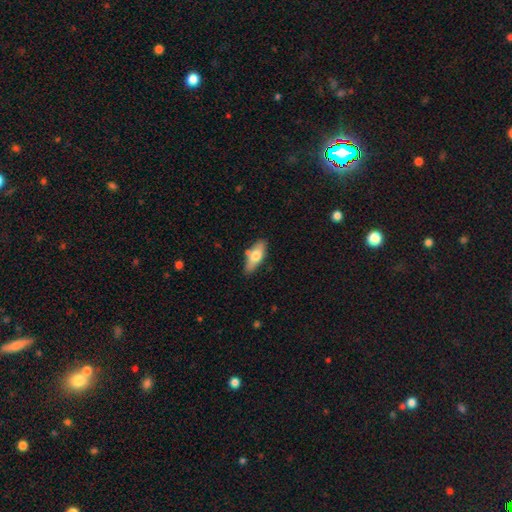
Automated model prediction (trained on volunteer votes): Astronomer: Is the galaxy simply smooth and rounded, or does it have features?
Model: smooth — 65%.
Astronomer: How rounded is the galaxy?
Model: in between — 69%.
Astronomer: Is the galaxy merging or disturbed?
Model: none — 74%.